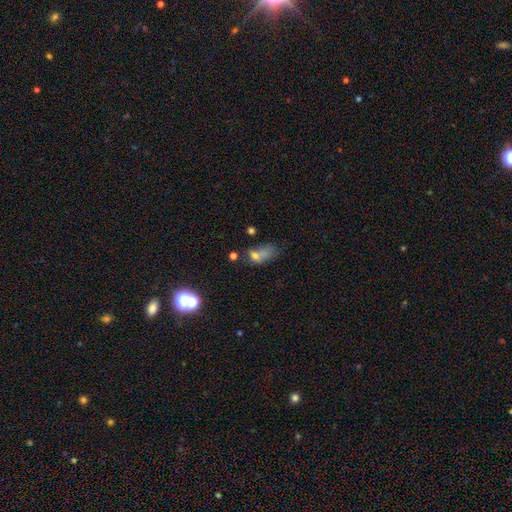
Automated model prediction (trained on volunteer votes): Q: Smooth or featured?
A: smooth (59%); runner-up: star or artifact (21%)
Q: How rounded?
A: in between (72%); runner-up: round (22%)
Q: Merging?
A: none (27%); tied with: major disturbance (27%)